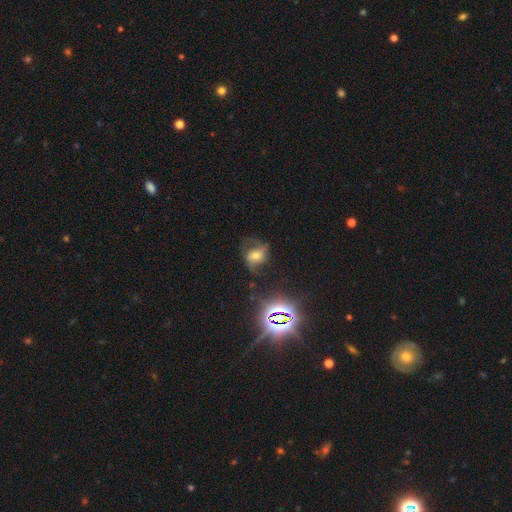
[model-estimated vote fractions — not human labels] smooth_or_featured: featured or disk (p=0.53) [alt: smooth p=0.26]
disk_edge_on: no (p=0.95) [alt: yes p=0.05]
bar: no (p=0.53) [alt: weak p=0.31]
has_spiral_arms: yes (p=0.84) [alt: no p=0.16]
bulge_size: moderate (p=0.54) [alt: small p=0.24]
merging: none (p=0.54) [alt: minor disturbance p=0.23]